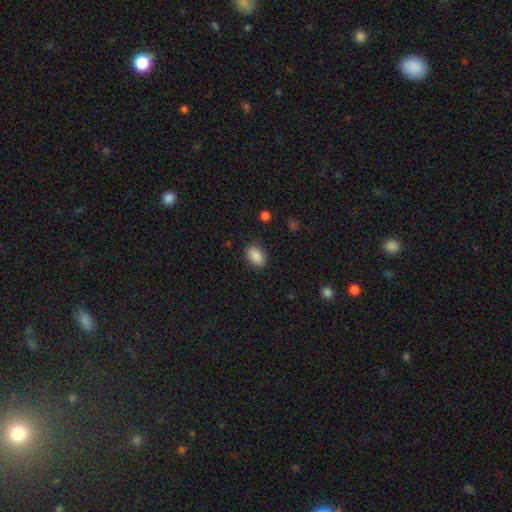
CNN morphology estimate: Smooth or featured? smooth (89%)
How rounded? in between (85%)
Merging? none (87%)